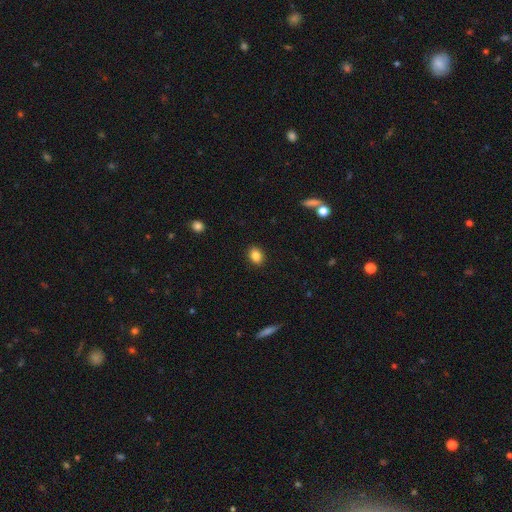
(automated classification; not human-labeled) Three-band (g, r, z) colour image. It shows a smooth galaxy with no disk features (85%) that is in between round and cigar-shaped (58%). Merging: none (90%).